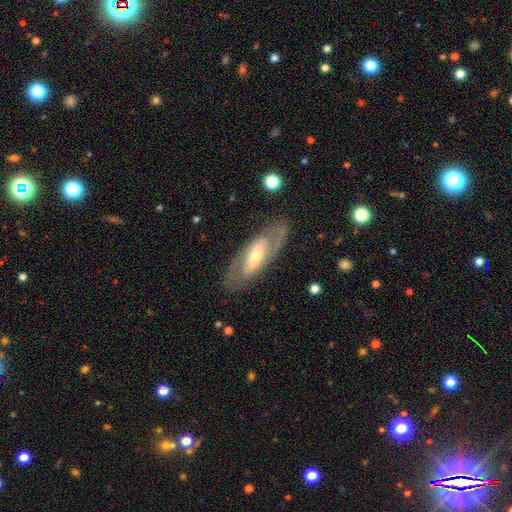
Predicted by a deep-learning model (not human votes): A featured or disk galaxy (74%) with no bar (44%), spiral arms (71%) and a moderate central bulge (48%).

Vote fractions:
- Smooth or featured? featured or disk: 74% / smooth: 20% / star or artifact: 5%
- Edge-on disk? no: 84% / yes: 16%
- Bar? no: 44% / weak: 31% / strong: 25%
- Spiral arms? yes: 71% / no: 29%
- Bulge size? moderate: 48% / small: 46% / large: 4% / none: 1% / dominant: 1%
- Merging? none: 80% / minor disturbance: 12% / major disturbance: 6% / merger: 1%